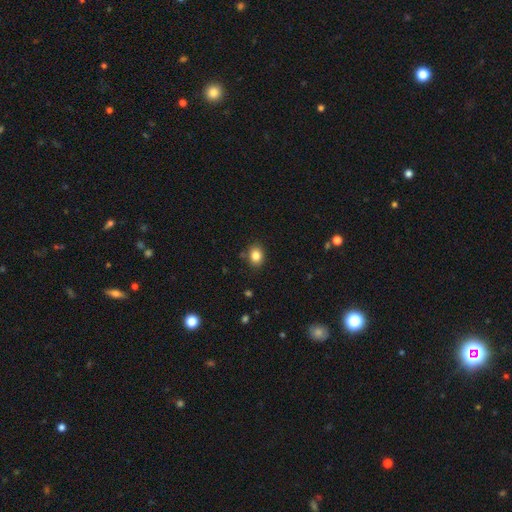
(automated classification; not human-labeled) This is clearly a smooth galaxy (84%). How rounded: possibly in between (55%). Merging: clearly none (84%).